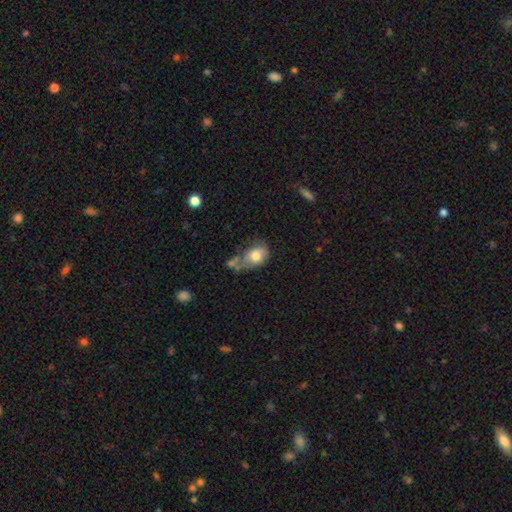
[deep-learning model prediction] Smooth or featured?
  - smooth: 72% *
  - featured or disk: 20%
  - star or artifact: 8%
How rounded?
  - in between: 75% *
  - round: 24%
  - cigar-shaped: 2%
Merging?
  - merger: 26% *
  - minor disturbance: 25%
  - none: 25%
  - major disturbance: 23%